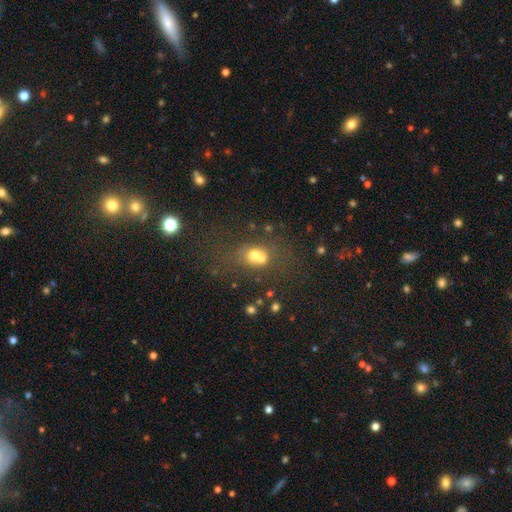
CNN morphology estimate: This is possibly a smooth galaxy (58%). How rounded: possibly round (54%). Merging: possibly merger (47%).